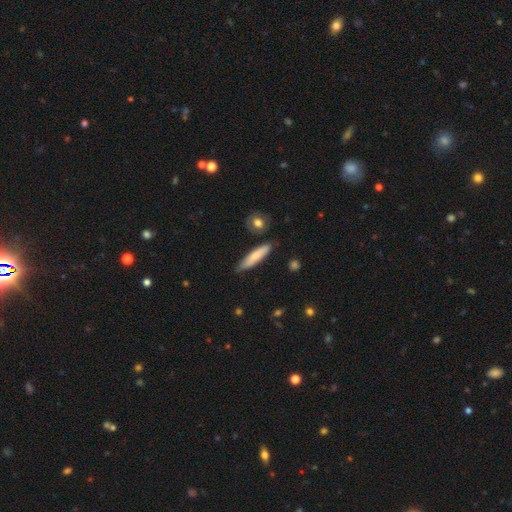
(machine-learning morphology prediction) type=smooth (75%); roundness=cigar-shaped (83%); merging=none (79%).